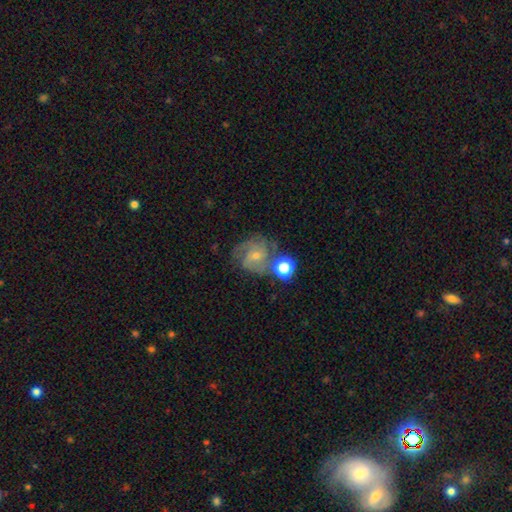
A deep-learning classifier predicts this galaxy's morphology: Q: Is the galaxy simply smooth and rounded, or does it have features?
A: featured or disk — 67%.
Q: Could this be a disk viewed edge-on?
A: no — 97%.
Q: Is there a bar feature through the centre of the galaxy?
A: no — 58%.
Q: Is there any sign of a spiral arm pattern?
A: yes — 91%.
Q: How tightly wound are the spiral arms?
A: medium — 44%.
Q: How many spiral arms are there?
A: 2 — 31%.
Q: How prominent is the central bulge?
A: small — 66%.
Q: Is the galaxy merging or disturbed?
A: none — 58%.